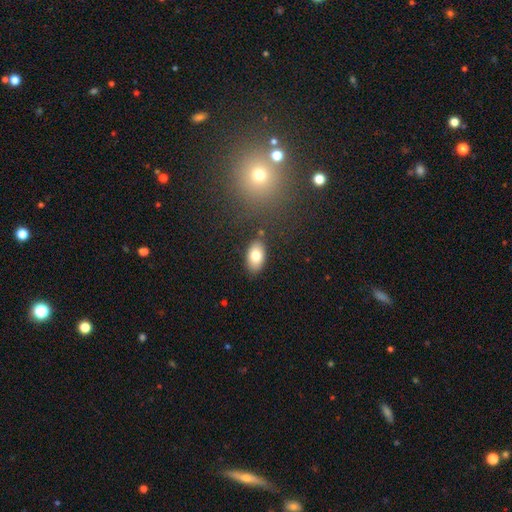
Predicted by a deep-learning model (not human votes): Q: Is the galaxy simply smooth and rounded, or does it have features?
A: smooth — 80%.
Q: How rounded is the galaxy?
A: in between — 91%.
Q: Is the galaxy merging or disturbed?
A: none — 85%.